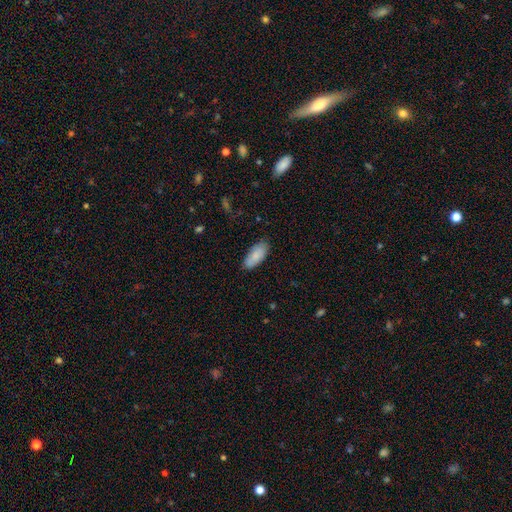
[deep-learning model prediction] A smooth galaxy with no disk features (83%) that is in between round and cigar-shaped (87%). Merging: none (81%).